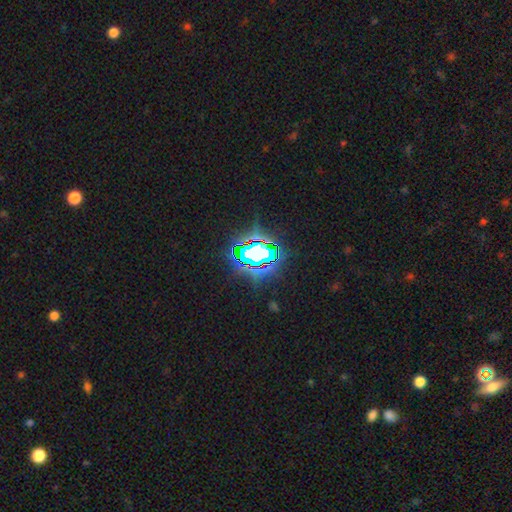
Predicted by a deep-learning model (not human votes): The model was most divided on "smooth or featured": star or artifact: 76%, smooth: 13%, featured or disk: 11%.